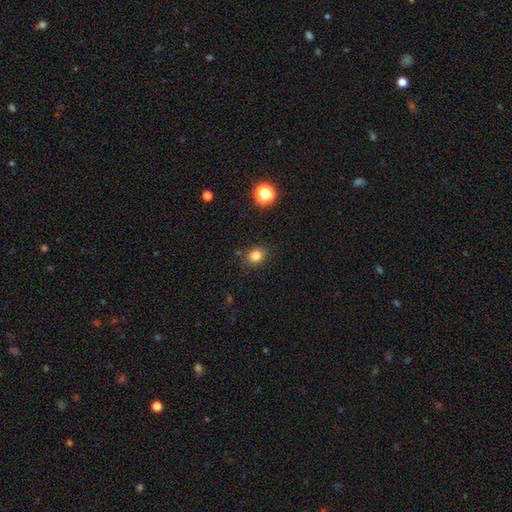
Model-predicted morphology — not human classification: A smooth galaxy with no disk features (81%) that is round (68%). Merging: none (85%).